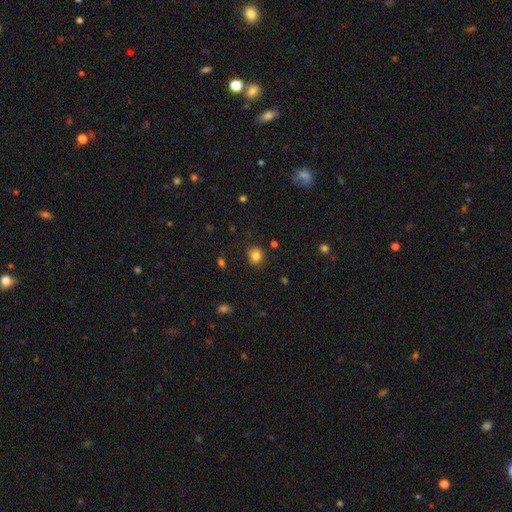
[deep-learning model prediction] Overall: smooth (82%). How rounded: round (79%). Merging: none (86%).